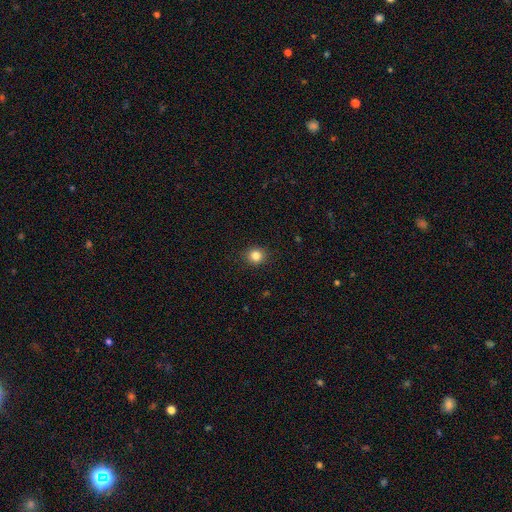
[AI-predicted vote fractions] Morphology: type=smooth (84%); roundness=round (88%); merging=none (91%).